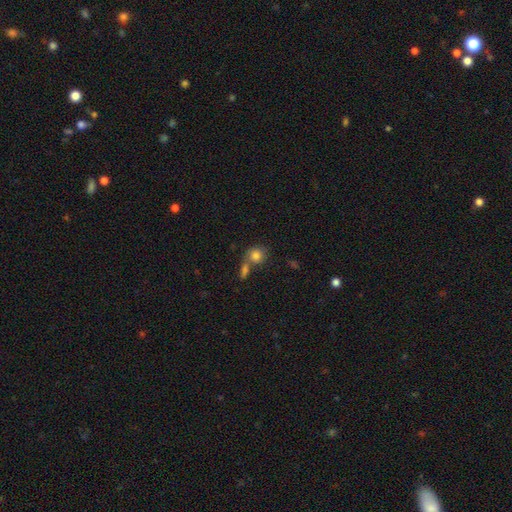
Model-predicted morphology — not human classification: This is clearly a smooth galaxy (81%). How rounded: likely round (78%). Merging: possibly none (50%).